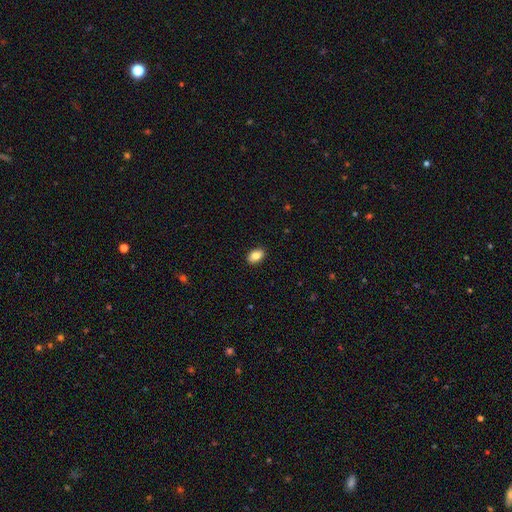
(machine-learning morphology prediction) Smooth or featured? Predicted: smooth (p=0.85). How rounded? Predicted: in between (p=0.89). Merging? Predicted: none (p=0.90).